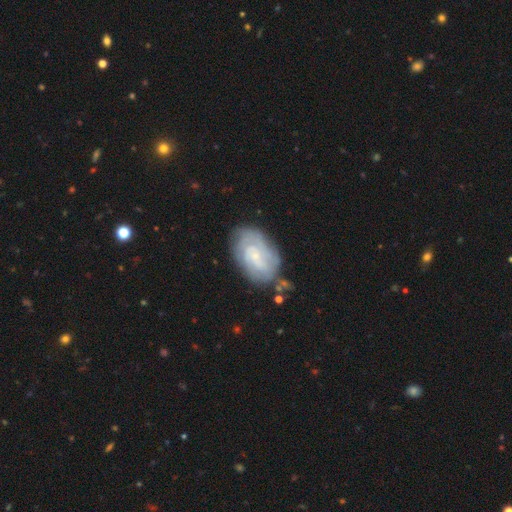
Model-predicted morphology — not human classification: A featured or disk galaxy (69%) with no bar (58%), tight (64%) spiral arms (87%) and a small central bulge (76%). Merging: none (68%).